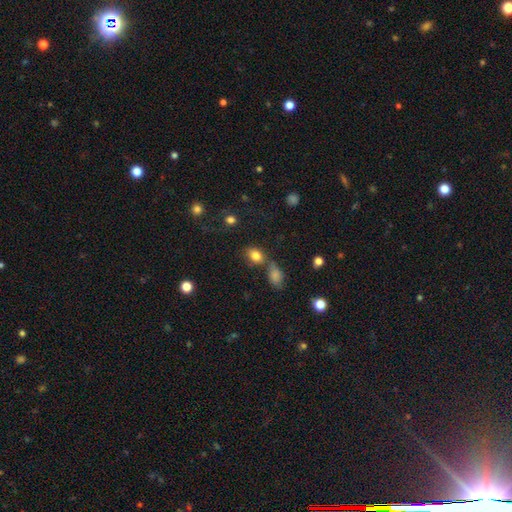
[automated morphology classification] smooth_or_featured: smooth (p=0.82) [alt: star or artifact p=0.11]
how_rounded: in between (p=0.72) [alt: round p=0.26]
merging: none (p=0.59) [alt: merger p=0.21]